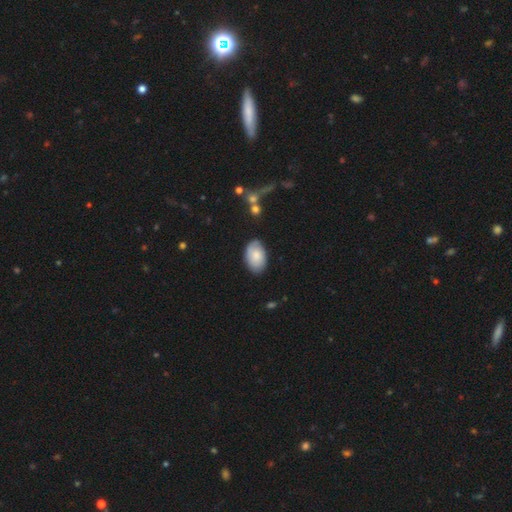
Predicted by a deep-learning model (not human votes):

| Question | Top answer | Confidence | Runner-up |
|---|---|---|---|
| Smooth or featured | smooth | 74% | featured or disk (19%) |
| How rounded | in between | 92% | round (7%) |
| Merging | none | 77% | minor disturbance (18%) |